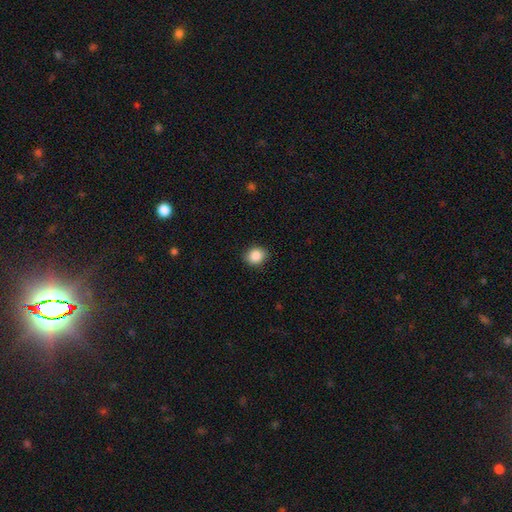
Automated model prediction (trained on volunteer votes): Smooth or featured: smooth — 87% (star or artifact — 9%)
How rounded: round — 66% (in between — 33%)
Merging: none — 88% (minor disturbance — 9%)